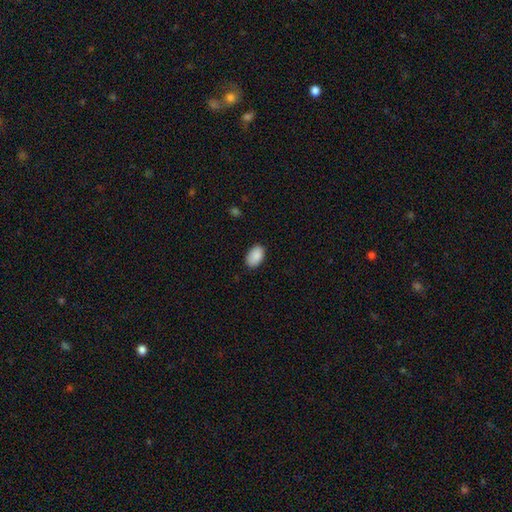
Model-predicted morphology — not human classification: smooth_or_featured: smooth (p=0.90) [alt: star or artifact p=0.07]
how_rounded: in between (p=0.92) [alt: round p=0.07]
merging: none (p=0.85) [alt: minor disturbance p=0.12]